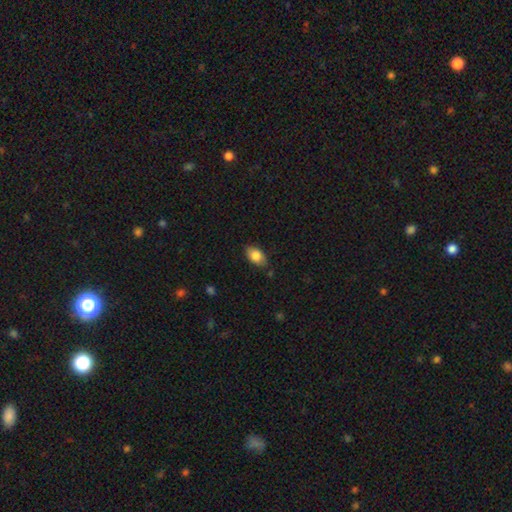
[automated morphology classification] Smooth or featured?
  - smooth: 83% *
  - featured or disk: 9%
  - star or artifact: 7%
How rounded?
  - in between: 90% *
  - round: 8%
  - cigar-shaped: 2%
Merging?
  - none: 80% *
  - minor disturbance: 16%
  - major disturbance: 3%
  - merger: 2%